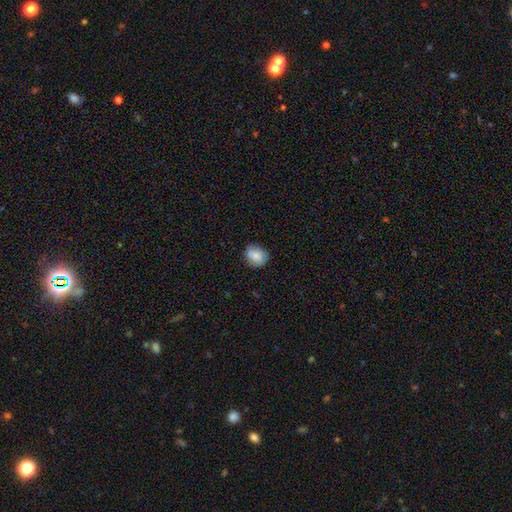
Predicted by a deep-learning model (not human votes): Q: Smooth or featured?
A: smooth (79%); runner-up: featured or disk (13%)
Q: How rounded?
A: round (55%); runner-up: in between (44%)
Q: Merging?
A: none (72%); runner-up: minor disturbance (21%)